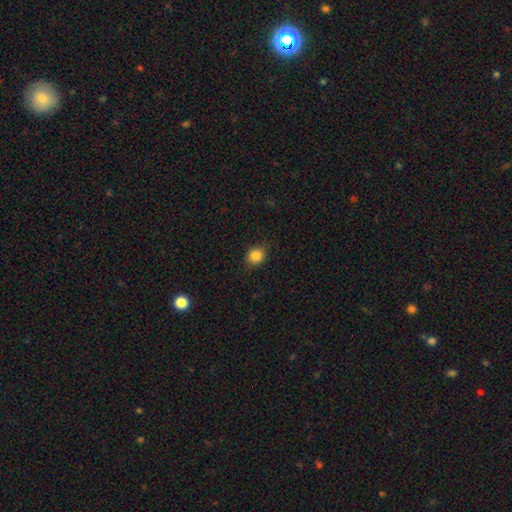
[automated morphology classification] Smooth or featured: smooth — 85% (star or artifact — 10%)
How rounded: round — 71% (in between — 28%)
Merging: none — 82% (minor disturbance — 14%)